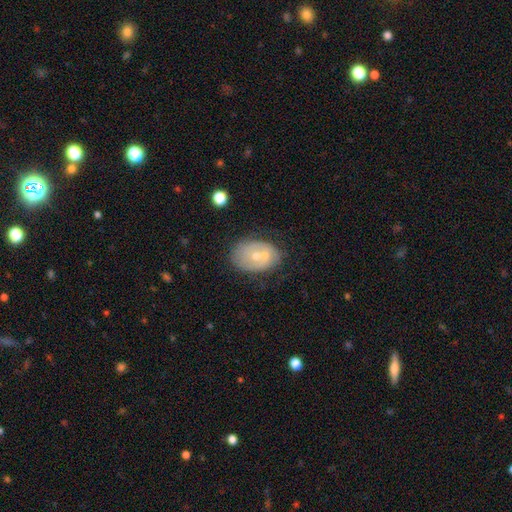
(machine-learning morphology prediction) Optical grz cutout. It shows a featured or disk galaxy (50%). Merging: none (45%).